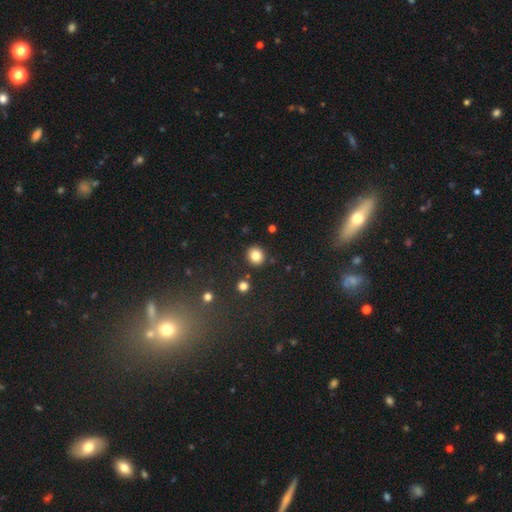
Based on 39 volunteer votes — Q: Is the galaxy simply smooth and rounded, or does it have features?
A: smooth — 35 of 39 (90%).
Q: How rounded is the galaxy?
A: round — 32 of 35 (91%).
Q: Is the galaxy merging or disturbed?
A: none — 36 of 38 (95%).